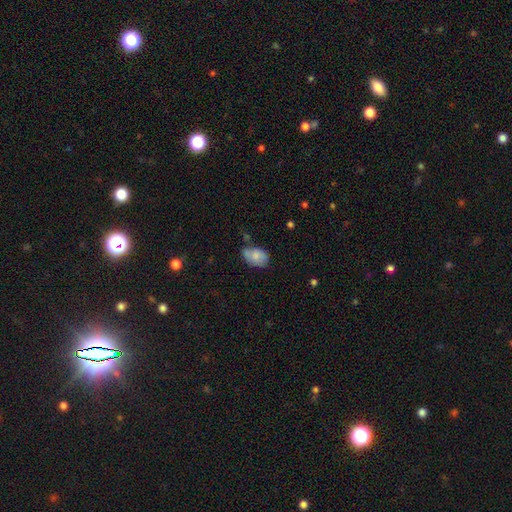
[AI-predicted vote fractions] A smooth galaxy with no disk features (76%) that is in between round and cigar-shaped (83%).

Vote fractions:
- Smooth or featured? smooth: 76% / featured or disk: 16% / star or artifact: 8%
- How rounded? in between: 83% / round: 16% / cigar-shaped: 1%
- Merging? none: 49% / minor disturbance: 32% / merger: 12% / major disturbance: 8%